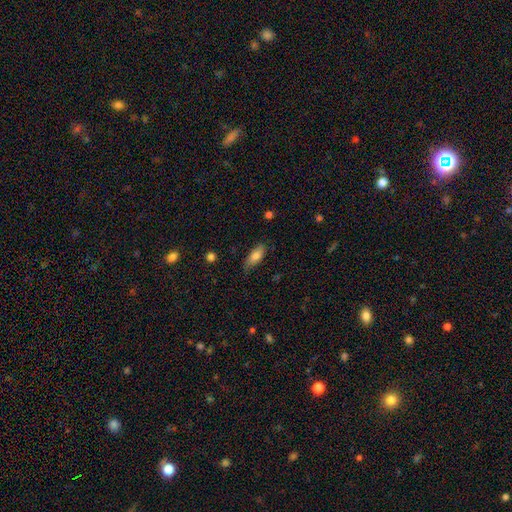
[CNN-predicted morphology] Smooth or featured: smooth — 79% (featured or disk — 14%)
How rounded: in between — 80% (cigar-shaped — 18%)
Merging: none — 73% (minor disturbance — 22%)